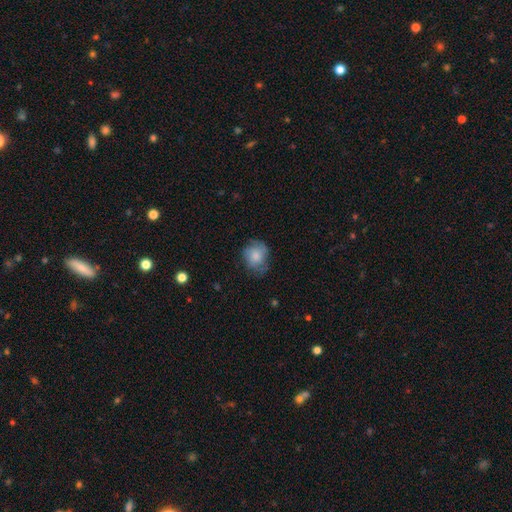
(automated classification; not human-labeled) Smooth or featured: smooth — 76% (featured or disk — 17%)
How rounded: round — 70% (in between — 29%)
Merging: none — 62% (minor disturbance — 27%)